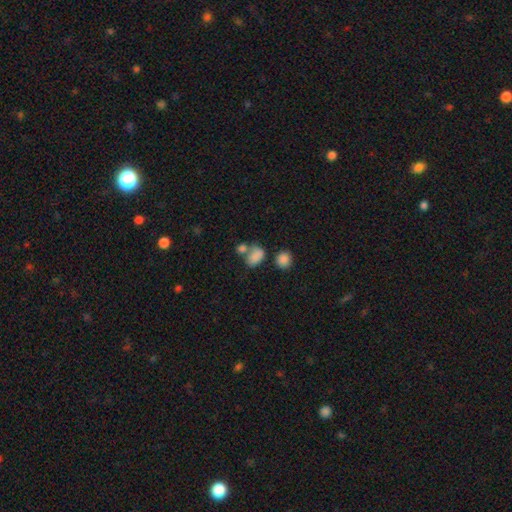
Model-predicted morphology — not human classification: A smooth galaxy with no disk features (81%) that is in between round and cigar-shaped (78%).

Vote fractions:
- Smooth or featured? smooth: 81% / star or artifact: 11% / featured or disk: 8%
- How rounded? in between: 78% / round: 21% / cigar-shaped: 2%
- Merging? none: 39% (tied) / merger: 39% (tied) / minor disturbance: 14% / major disturbance: 8%